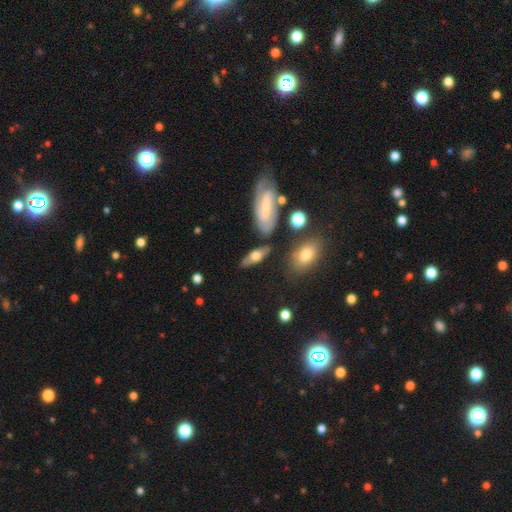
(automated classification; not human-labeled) Smooth or featured? featured or disk (48%)
Merging? none (72%)